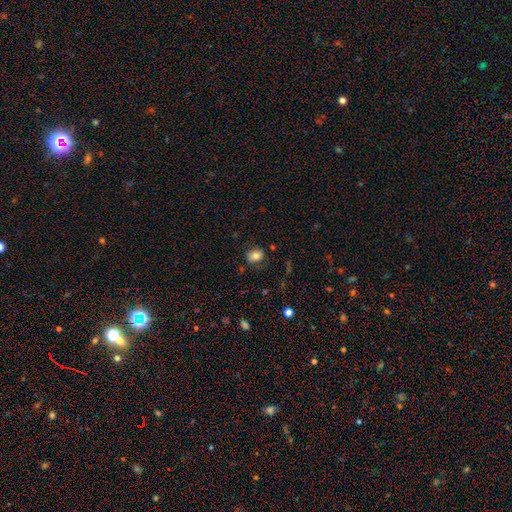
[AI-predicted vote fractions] Q: Smooth or featured?
A: smooth (79%); runner-up: featured or disk (11%)
Q: How rounded?
A: in between (59%); runner-up: round (40%)
Q: Merging?
A: none (77%); runner-up: minor disturbance (16%)